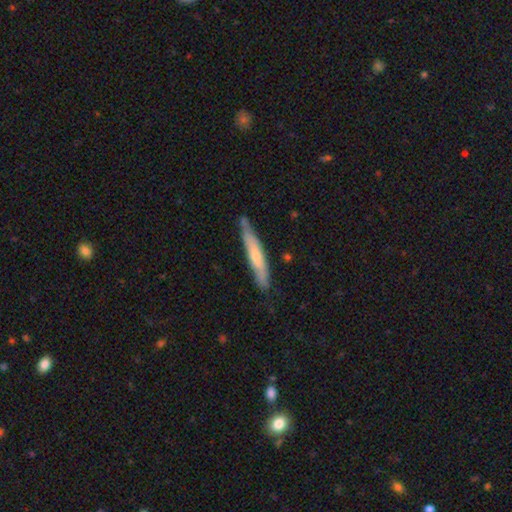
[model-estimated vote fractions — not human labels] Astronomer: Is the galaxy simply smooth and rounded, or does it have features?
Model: smooth — 55% (runner-up: featured or disk, 40%).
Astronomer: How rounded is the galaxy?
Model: cigar-shaped — 93%.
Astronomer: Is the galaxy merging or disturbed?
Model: none — 76%.